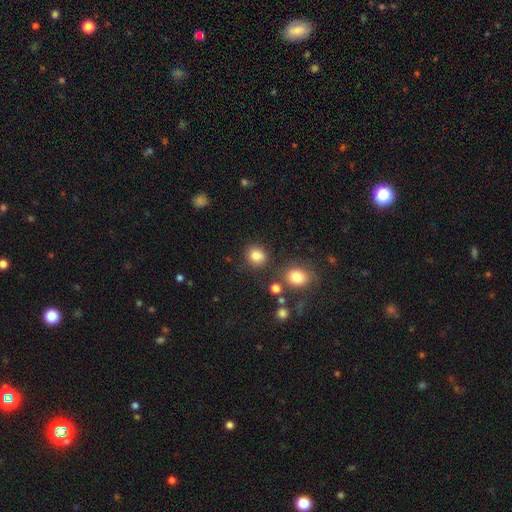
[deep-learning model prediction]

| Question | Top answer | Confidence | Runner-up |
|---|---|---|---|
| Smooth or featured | smooth | 83% | star or artifact (12%) |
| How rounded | round | 80% | in between (19%) |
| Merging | none | 79% | minor disturbance (11%) |